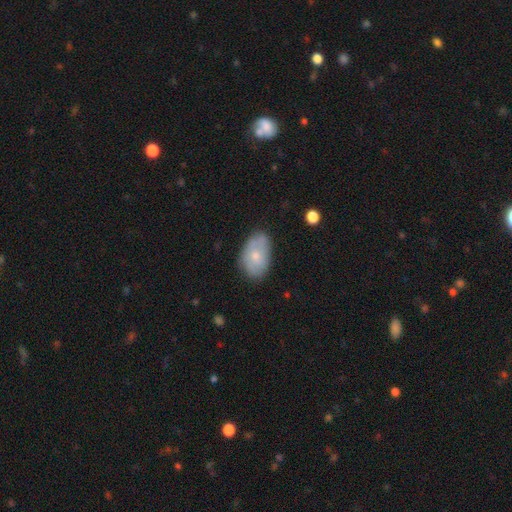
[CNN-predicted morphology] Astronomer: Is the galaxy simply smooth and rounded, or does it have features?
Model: smooth — 63%.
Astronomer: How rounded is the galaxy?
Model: in between — 89%.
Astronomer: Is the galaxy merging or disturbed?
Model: none — 63%.